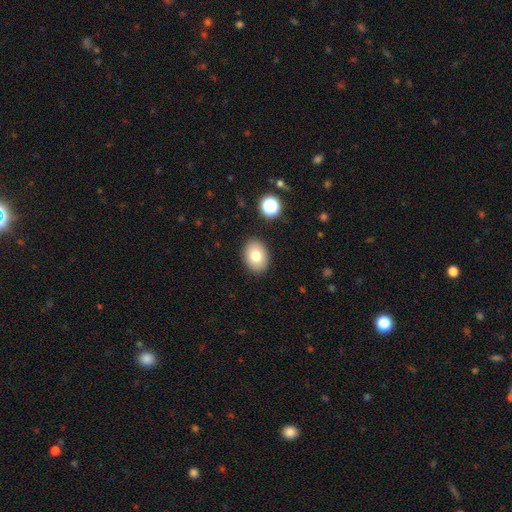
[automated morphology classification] Q: Smooth or featured?
A: smooth (80%); runner-up: featured or disk (11%)
Q: How rounded?
A: in between (72%); runner-up: round (27%)
Q: Merging?
A: none (88%); runner-up: minor disturbance (8%)